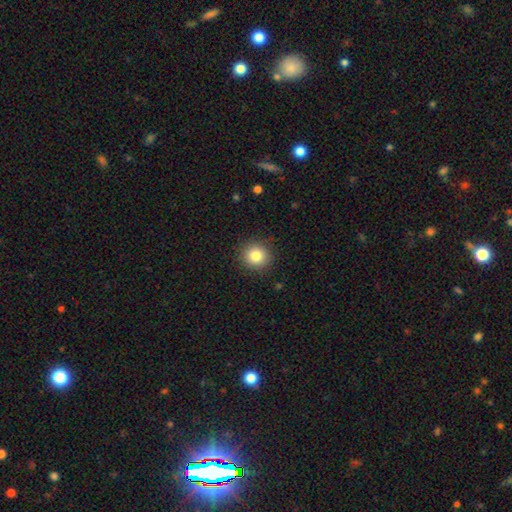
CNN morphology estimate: smooth-or-featured: smooth: 82% | star or artifact: 11% | featured or disk: 7%
  how-rounded: round: 91% | in between: 8% | cigar-shaped: 1%
  merging: none: 90% | minor disturbance: 7% | major disturbance: 2% | merger: 1%